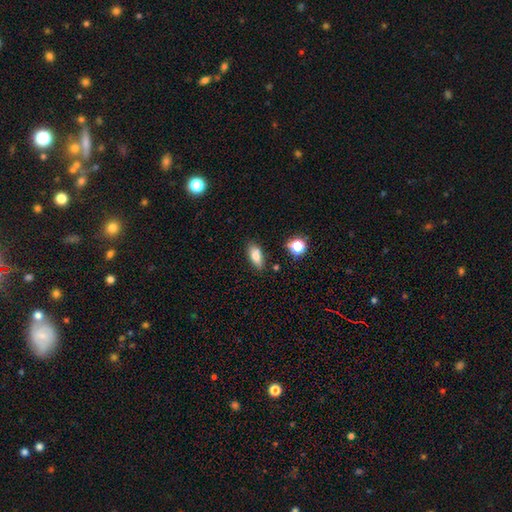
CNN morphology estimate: This is likely a smooth galaxy (76%). How rounded: likely in between (77%). Merging: likely none (78%).